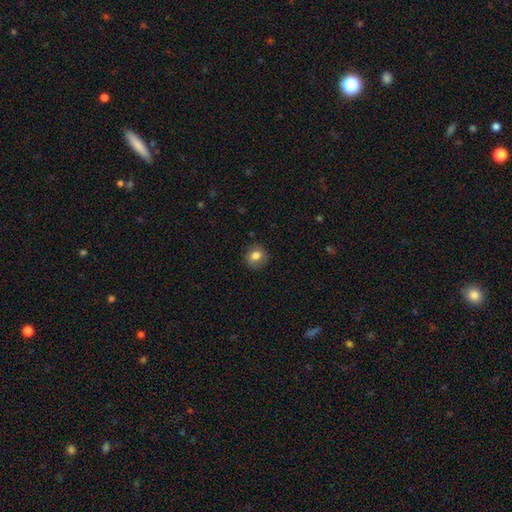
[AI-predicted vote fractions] Smooth or featured?
  - smooth: 78% *
  - featured or disk: 12%
  - star or artifact: 10%
How rounded?
  - round: 80% *
  - in between: 19%
  - cigar-shaped: 1%
Merging?
  - none: 84% *
  - minor disturbance: 12%
  - major disturbance: 3%
  - merger: 1%